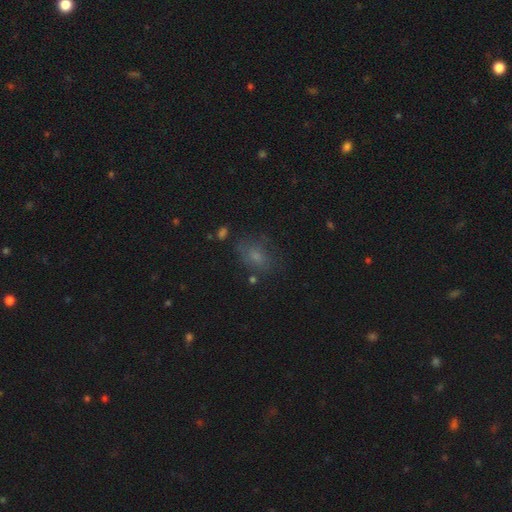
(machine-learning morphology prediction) Smooth or featured: smooth — 63% (star or artifact — 21%)
How rounded: in between — 71% (round — 26%)
Merging: none — 66% (minor disturbance — 20%)